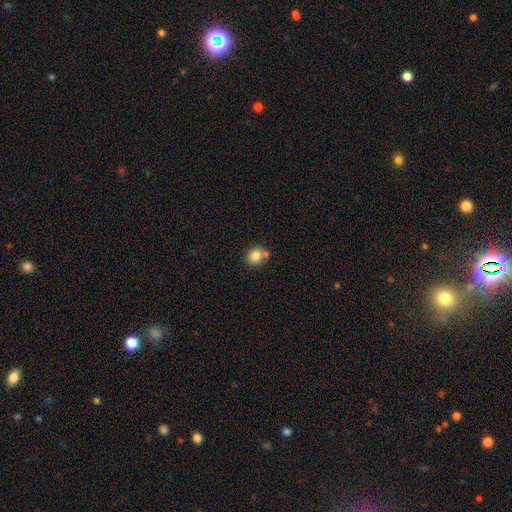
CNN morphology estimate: smooth 82%, star or artifact 10%, featured or disk 8%. Down the decision tree: how rounded — round (81%); merging — none (64%).